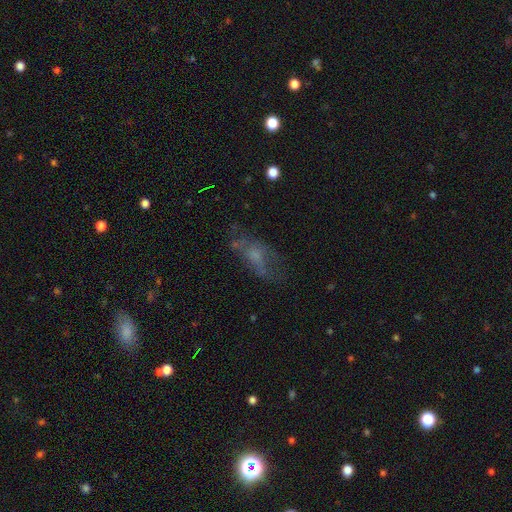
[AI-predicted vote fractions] Q: Smooth or featured?
A: smooth (44%); runner-up: featured or disk (40%)
Q: Merging?
A: none (49%); runner-up: major disturbance (25%)